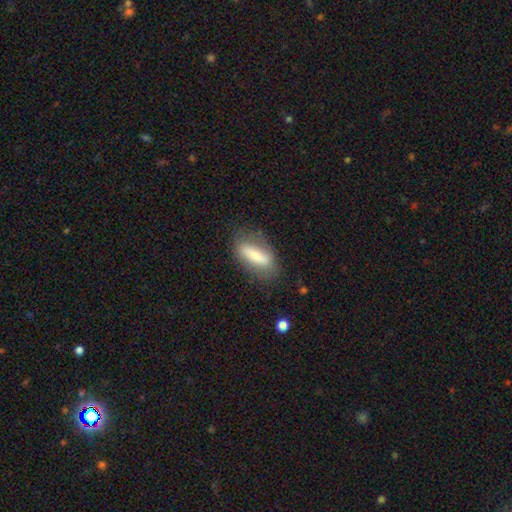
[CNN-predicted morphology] Smooth or featured: smooth — 61% (featured or disk — 31%)
How rounded: in between — 62% (cigar-shaped — 34%)
Merging: none — 73% (minor disturbance — 18%)